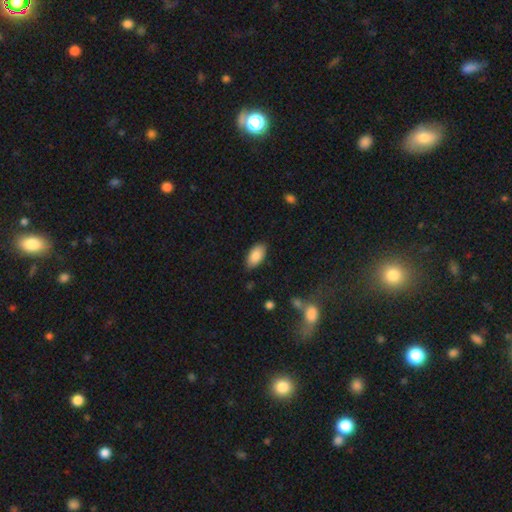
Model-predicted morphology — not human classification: Overall: smooth (87%). How rounded: in between (94%). Merging: none (83%).